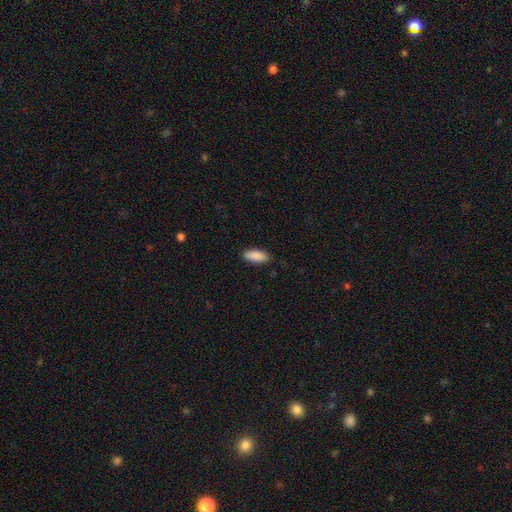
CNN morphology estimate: A smooth galaxy with no disk features (90%) that is in between round and cigar-shaped (81%).

Vote fractions:
- Smooth or featured? smooth: 90% / star or artifact: 6% / featured or disk: 4%
- How rounded? in between: 81% / cigar-shaped: 17% / round: 2%
- Merging? none: 87% / minor disturbance: 10% / major disturbance: 2% / merger: 1%